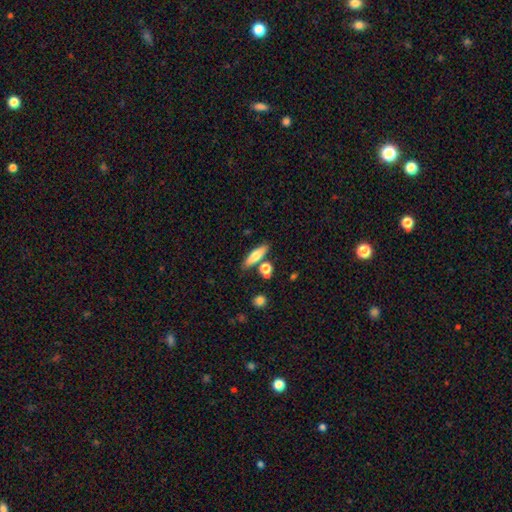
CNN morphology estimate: A smooth galaxy with no disk features (69%) that is cigar-shaped (64%).

Vote fractions:
- Smooth or featured? smooth: 69% / featured or disk: 24% / star or artifact: 8%
- How rounded? cigar-shaped: 64% / in between: 32% / round: 4%
- Merging? none: 76% / merger: 11% / minor disturbance: 11% / major disturbance: 3%